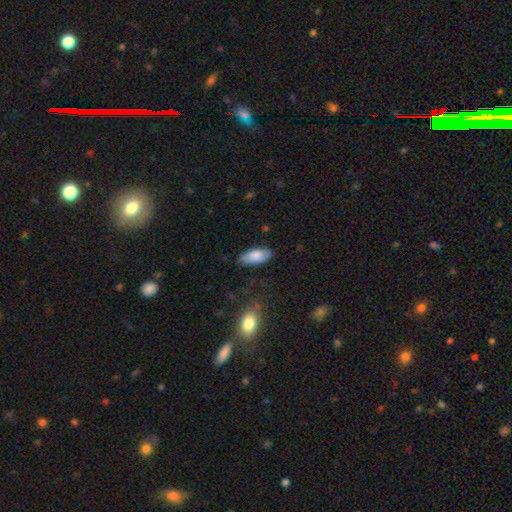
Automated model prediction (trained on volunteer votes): This appears to be a smooth galaxy with no disk features (84%) that is in between round and cigar-shaped (88%). Merging: none (81%).